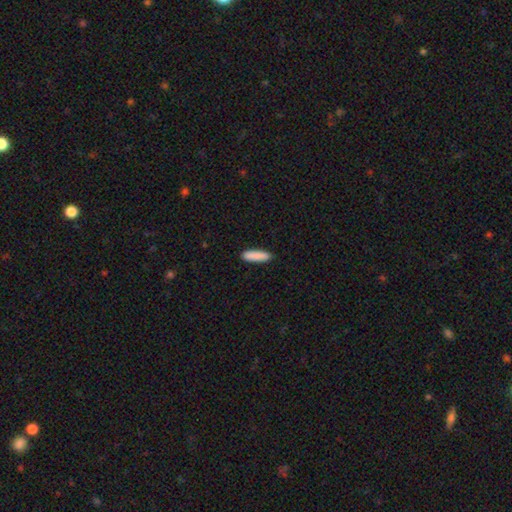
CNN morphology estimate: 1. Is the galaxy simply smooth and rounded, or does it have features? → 89% smooth, 6% star or artifact, 5% featured or disk.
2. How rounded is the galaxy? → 71% cigar-shaped, 27% in between, 1% round.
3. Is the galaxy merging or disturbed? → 90% none, 7% minor disturbance, 2% major disturbance, 1% merger.